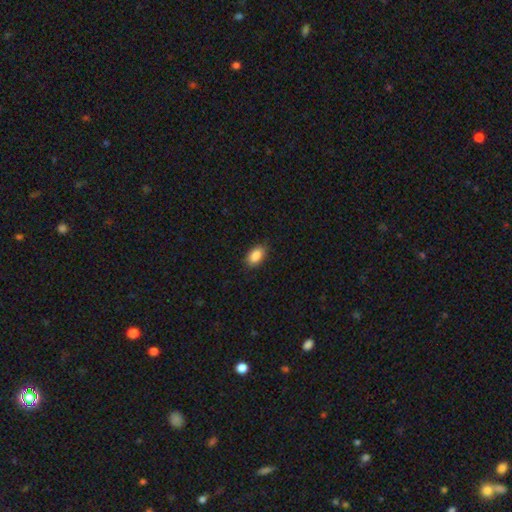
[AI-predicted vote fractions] A smooth galaxy with no disk features (88%) that is in between round and cigar-shaped (91%).

Vote fractions:
- Smooth or featured? smooth: 88% / star or artifact: 7% / featured or disk: 4%
- How rounded? in between: 91% / round: 7% / cigar-shaped: 2%
- Merging? none: 84% / minor disturbance: 12% / major disturbance: 2% / merger: 1%